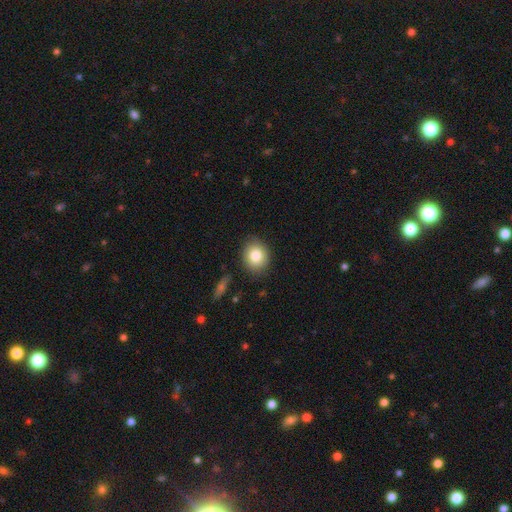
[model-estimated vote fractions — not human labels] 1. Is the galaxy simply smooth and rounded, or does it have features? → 83% smooth, 9% star or artifact, 8% featured or disk.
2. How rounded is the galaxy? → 70% round, 29% in between, 1% cigar-shaped.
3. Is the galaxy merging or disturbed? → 85% none, 11% minor disturbance, 2% major disturbance, 2% merger.